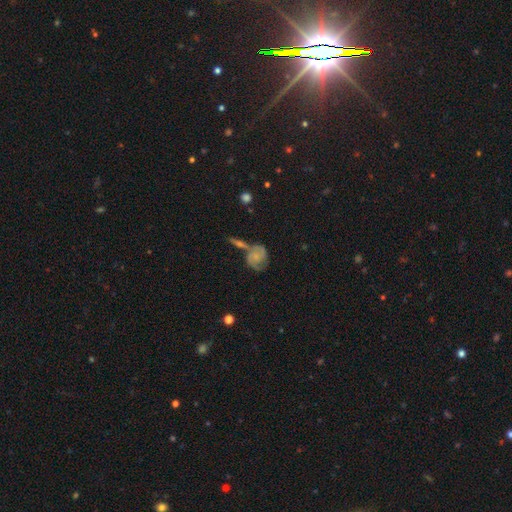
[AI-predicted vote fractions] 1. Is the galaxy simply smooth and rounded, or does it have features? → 70% featured or disk, 23% smooth, 7% star or artifact.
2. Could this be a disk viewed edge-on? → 96% no, 4% yes.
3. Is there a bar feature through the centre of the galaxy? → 73% no, 23% weak, 4% strong.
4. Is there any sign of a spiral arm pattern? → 90% yes, 10% no.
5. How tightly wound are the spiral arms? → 43% medium, 42% tight, 15% loose.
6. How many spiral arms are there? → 63% 2, 15% can't tell, 12% 3, 5% 1, 2% 4, 2% more than 4.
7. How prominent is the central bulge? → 54% small, 22% moderate, 20% none, 3% large, 1% dominant.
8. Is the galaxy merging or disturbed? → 42% none, 29% merger, 18% minor disturbance, 11% major disturbance.